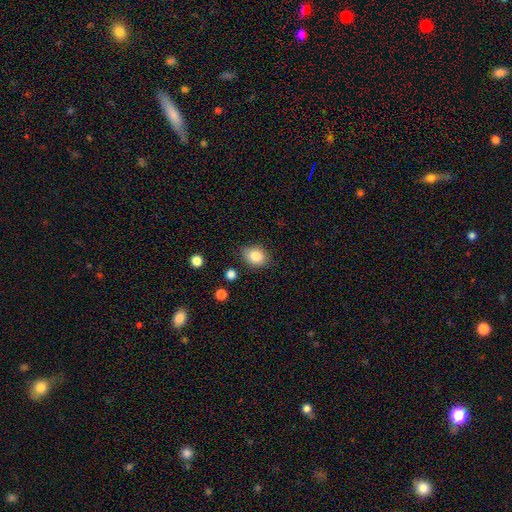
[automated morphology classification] This is clearly a smooth galaxy (83%). How rounded: likely in between (64%). Merging: likely none (80%).